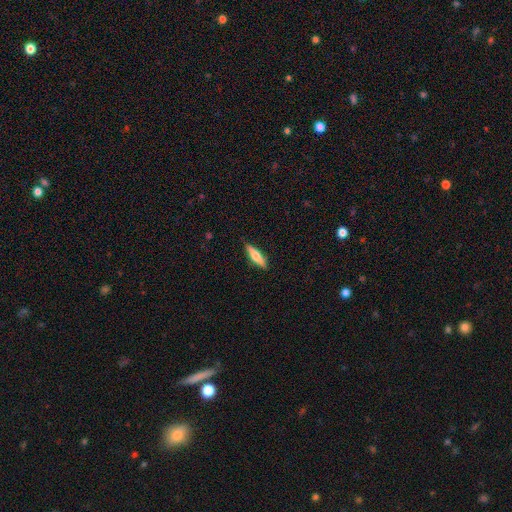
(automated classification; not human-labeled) Smooth or featured? Predicted: smooth (p=0.57). How rounded? Predicted: cigar-shaped (p=0.71). Merging? Predicted: none (p=0.87).